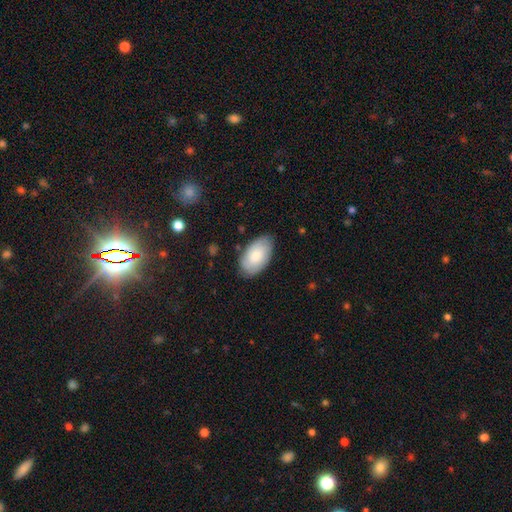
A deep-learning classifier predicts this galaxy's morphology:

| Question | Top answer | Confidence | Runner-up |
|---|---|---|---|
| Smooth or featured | smooth | 74% | featured or disk (21%) |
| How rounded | in between | 95% | round (4%) |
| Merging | none | 80% | minor disturbance (16%) |